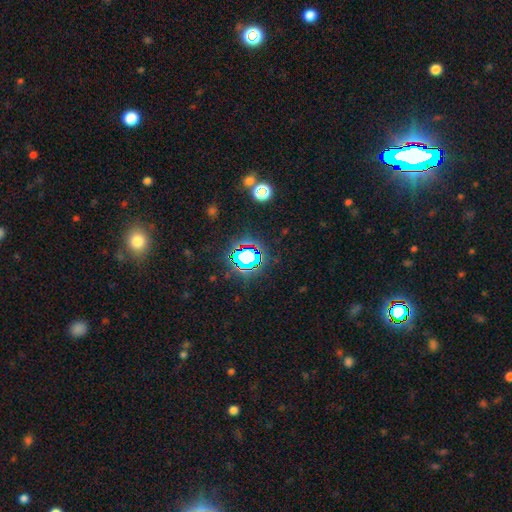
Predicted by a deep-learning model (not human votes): Smooth or featured? star or artifact (80%)